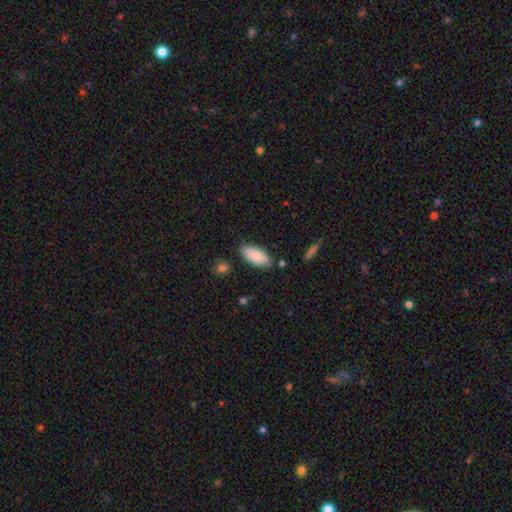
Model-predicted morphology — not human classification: A smooth galaxy with no disk features (86%) that is in between round and cigar-shaped (89%).

Vote fractions:
- Smooth or featured? smooth: 86% / featured or disk: 8% / star or artifact: 6%
- How rounded? in between: 89% / cigar-shaped: 9% / round: 2%
- Merging? none: 83% / minor disturbance: 12% / merger: 3% / major disturbance: 2%